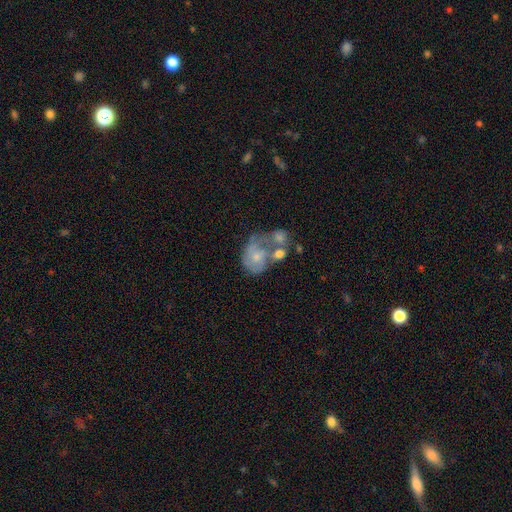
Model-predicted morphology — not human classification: smooth-or-featured: featured or disk: 51% | smooth: 41% | star or artifact: 8%
  disk-edge-on: no: 97% | yes: 3%
  merging: merger: 49% | major disturbance: 20% | none: 17% | minor disturbance: 14%